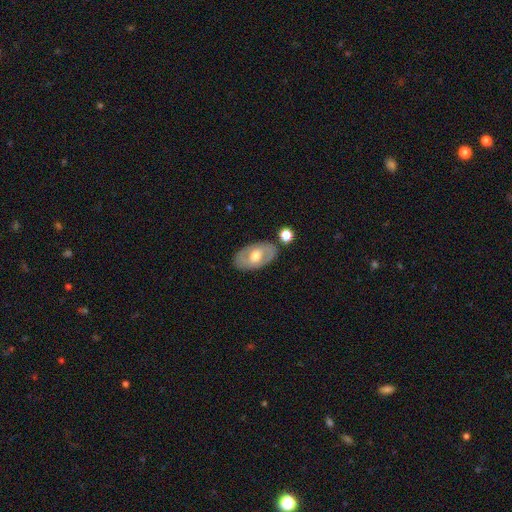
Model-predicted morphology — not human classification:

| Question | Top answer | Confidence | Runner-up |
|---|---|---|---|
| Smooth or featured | featured or disk | 61% | smooth (33%) |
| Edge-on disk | no | 91% | yes (9%) |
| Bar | no | 59% | weak (31%) |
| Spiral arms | no | 53% | yes (47%) |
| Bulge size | moderate | 74% | large (12%) |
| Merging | none | 80% | minor disturbance (12%) |